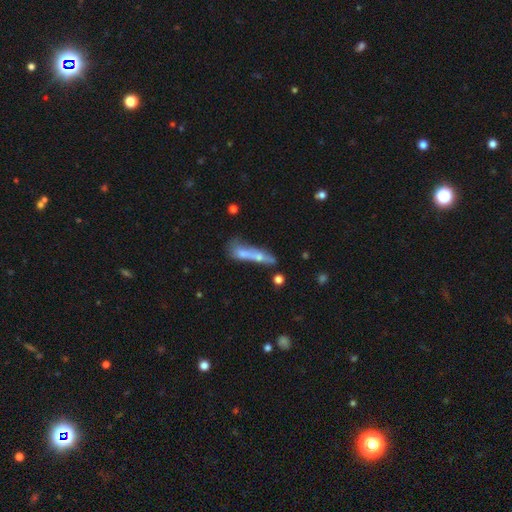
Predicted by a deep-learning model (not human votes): smooth-or-featured: smooth: 51% | featured or disk: 38% | star or artifact: 11%
  how-rounded: cigar-shaped: 76% | in between: 20% | round: 5%
  merging: merger: 35% | none: 30% | major disturbance: 19% | minor disturbance: 17%